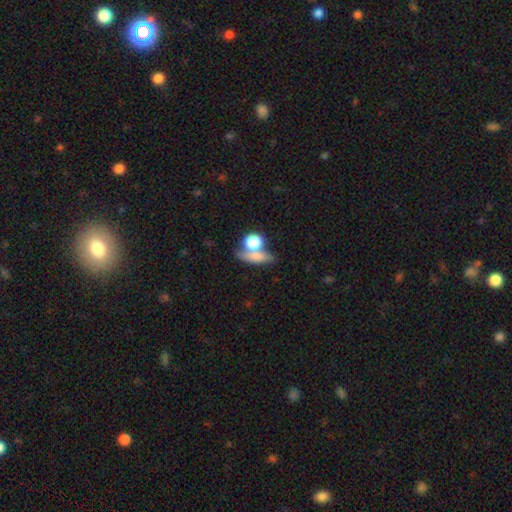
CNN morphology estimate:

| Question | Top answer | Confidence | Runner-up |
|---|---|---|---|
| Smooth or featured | smooth | 72% | featured or disk (17%) |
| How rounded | in between | 42% | round (32%) |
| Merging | none | 44% | merger (37%) |